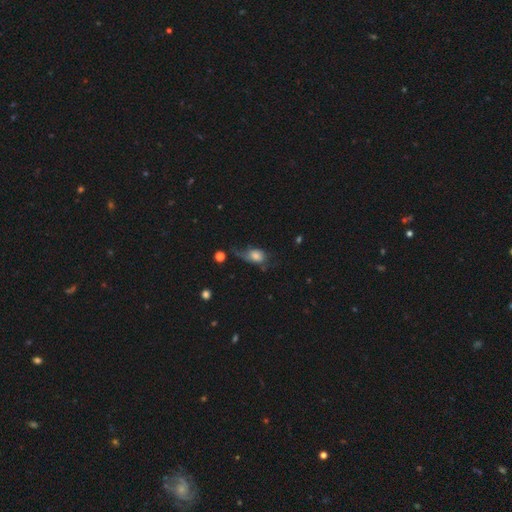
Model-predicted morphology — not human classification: smooth-or-featured: smooth: 65% | featured or disk: 25% | star or artifact: 10%
  how-rounded: in between: 72% | round: 25% | cigar-shaped: 3%
  merging: major disturbance: 36% | minor disturbance: 31% | none: 28% | merger: 5%